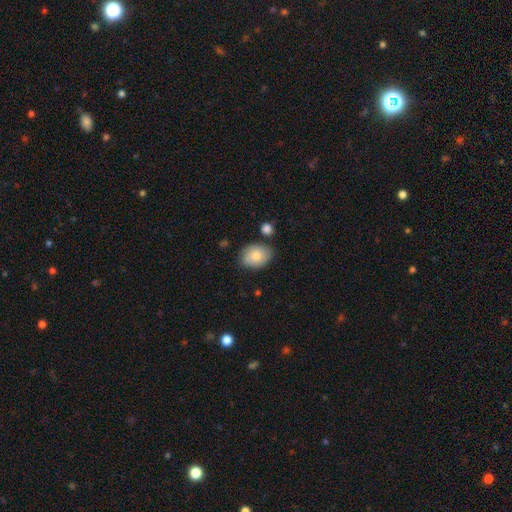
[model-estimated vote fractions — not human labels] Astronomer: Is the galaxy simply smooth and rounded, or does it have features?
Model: smooth — 81%.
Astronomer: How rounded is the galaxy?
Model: in between — 68%.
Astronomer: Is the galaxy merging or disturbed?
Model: none — 74%.